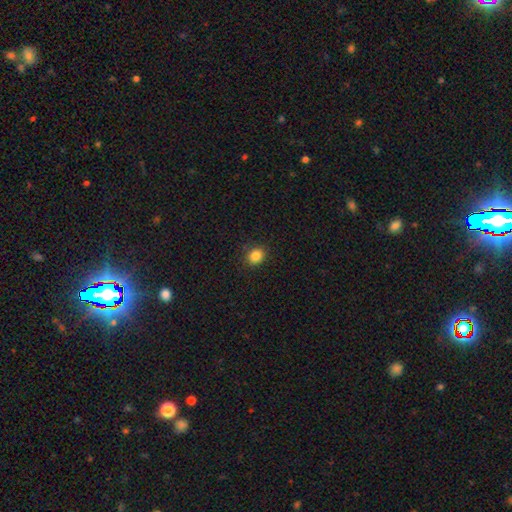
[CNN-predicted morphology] A smooth galaxy with no disk features (85%) that is round (69%). Merging: none (88%).